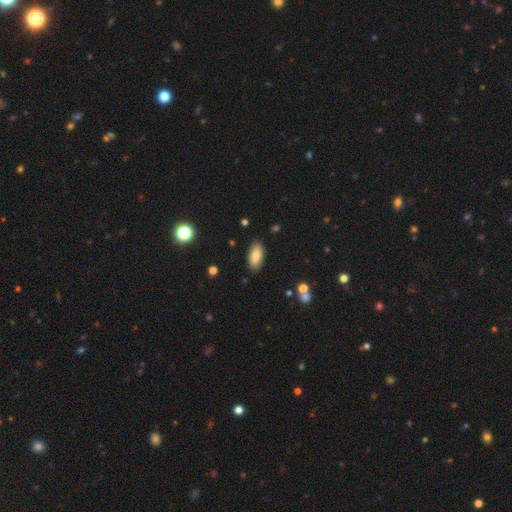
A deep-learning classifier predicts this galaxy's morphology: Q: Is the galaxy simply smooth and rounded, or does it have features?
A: smooth — 83%.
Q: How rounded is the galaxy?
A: in between — 90%.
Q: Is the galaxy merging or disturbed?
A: none — 87%.